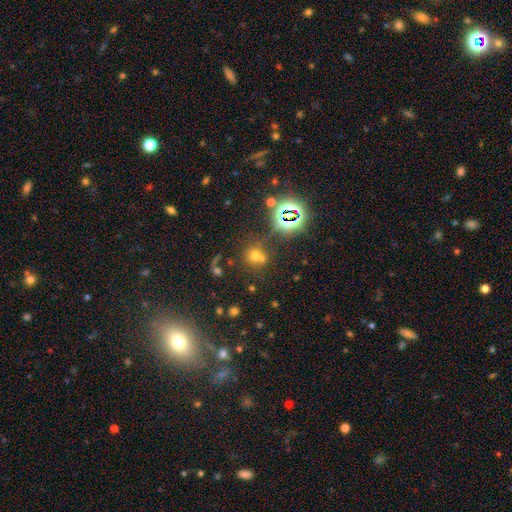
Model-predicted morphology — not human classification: Q: Smooth or featured?
A: smooth (54%); runner-up: star or artifact (33%)
Q: How rounded?
A: round (80%); runner-up: in between (19%)
Q: Merging?
A: none (53%); runner-up: merger (32%)